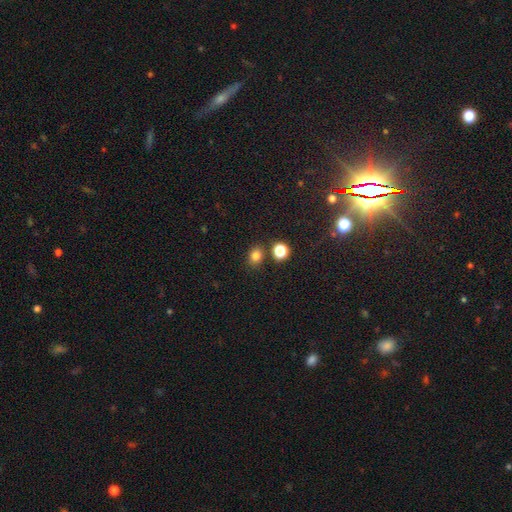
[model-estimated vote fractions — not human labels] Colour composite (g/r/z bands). It shows a smooth galaxy with no disk features (81%) that is round (59%). Merging: none (79%).